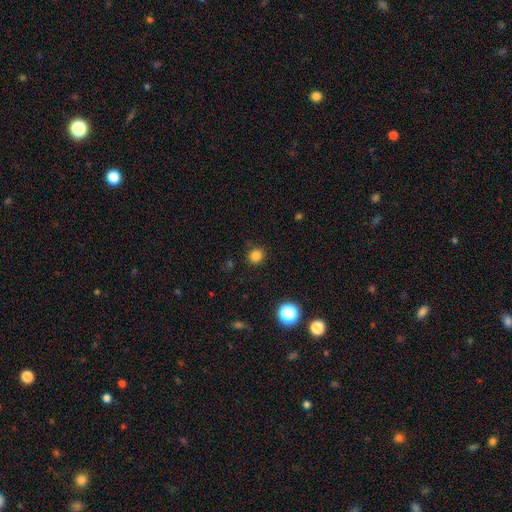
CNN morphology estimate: A smooth galaxy with no disk features (82%) that is round (89%).

Vote fractions:
- Smooth or featured? smooth: 82% / star or artifact: 14% / featured or disk: 4%
- How rounded? round: 89% / in between: 10% / cigar-shaped: 1%
- Merging? none: 87% / minor disturbance: 8% / major disturbance: 3% / merger: 2%